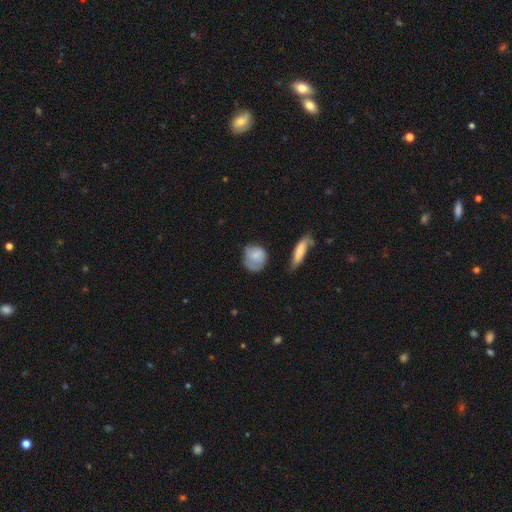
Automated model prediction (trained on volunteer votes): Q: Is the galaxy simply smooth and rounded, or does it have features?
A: smooth — 75%.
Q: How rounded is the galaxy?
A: round — 67%.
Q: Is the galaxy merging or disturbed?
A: none — 49%.